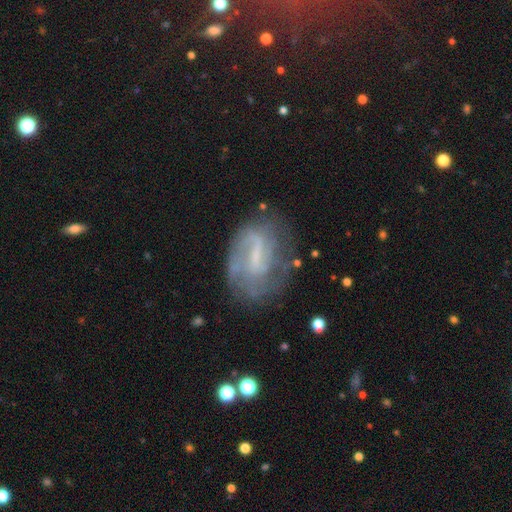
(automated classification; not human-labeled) smooth_or_featured: featured or disk (p=0.69) [alt: smooth p=0.21]
disk_edge_on: no (p=0.95) [alt: yes p=0.05]
bar: weak (p=0.46) [alt: strong p=0.34]
has_spiral_arms: yes (p=0.73) [alt: no p=0.27]
bulge_size: small (p=0.38) [tied with: none p=0.38]
merging: none (p=0.58) [alt: minor disturbance p=0.23]